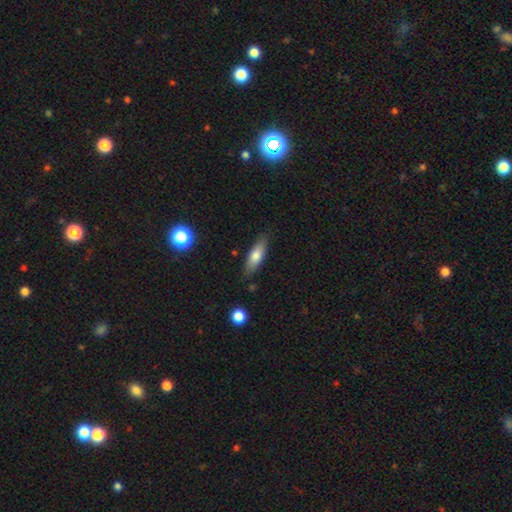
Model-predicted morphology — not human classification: This is likely a smooth galaxy (70%). How rounded: possibly in between (55%). Merging: clearly none (82%).